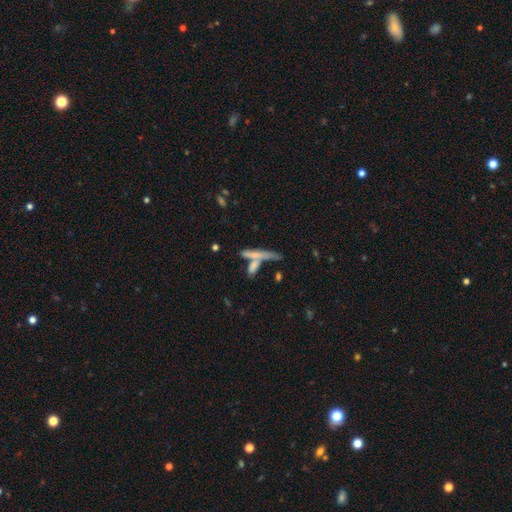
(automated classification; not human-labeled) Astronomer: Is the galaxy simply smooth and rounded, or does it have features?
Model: smooth — 56% (runner-up: featured or disk, 35%).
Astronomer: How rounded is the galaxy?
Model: cigar-shaped — 85%.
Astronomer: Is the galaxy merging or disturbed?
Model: none — 41% (runner-up: merger, 40%).